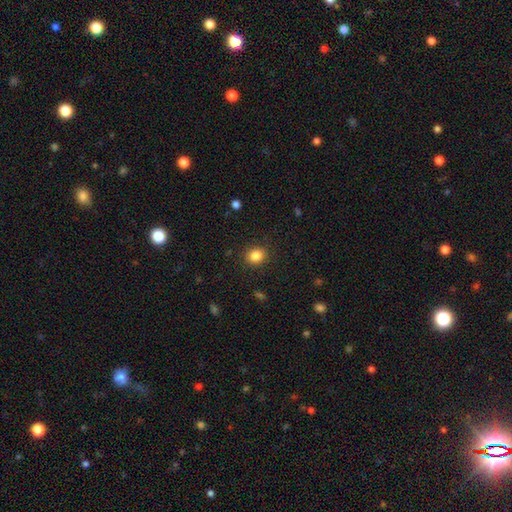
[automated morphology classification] Smooth or featured?
  - smooth: 84% *
  - star or artifact: 11%
  - featured or disk: 5%
How rounded?
  - round: 79% *
  - in between: 20%
  - cigar-shaped: 1%
Merging?
  - none: 88% *
  - minor disturbance: 8%
  - major disturbance: 3%
  - merger: 1%